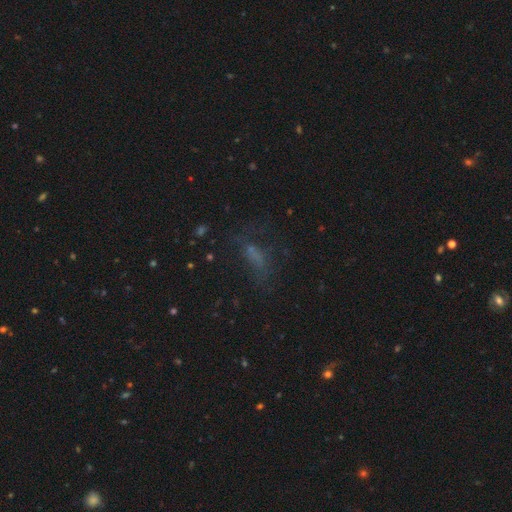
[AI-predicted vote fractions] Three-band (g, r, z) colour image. It shows a smooth galaxy with no disk features (40%). Merging: none (53%).